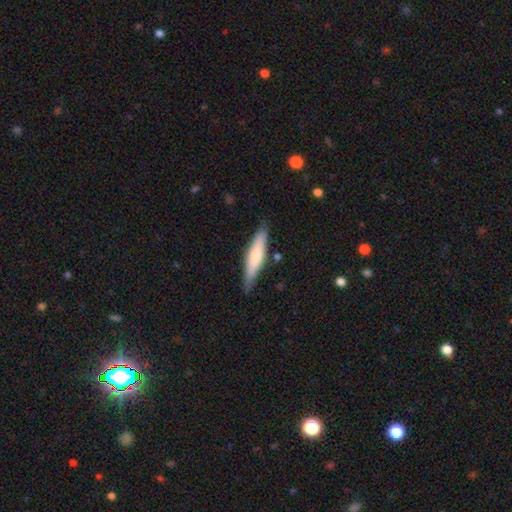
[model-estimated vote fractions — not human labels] Smooth or featured: smooth — 62% (featured or disk — 32%)
How rounded: cigar-shaped — 79% (in between — 19%)
Merging: none — 81% (minor disturbance — 15%)